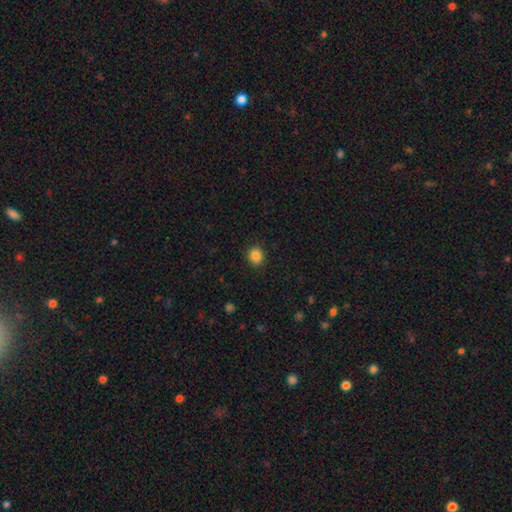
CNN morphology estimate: smooth_or_featured: smooth (p=0.86) [alt: star or artifact p=0.10]
how_rounded: round (p=0.78) [alt: in between p=0.21]
merging: none (p=0.90) [alt: minor disturbance p=0.07]